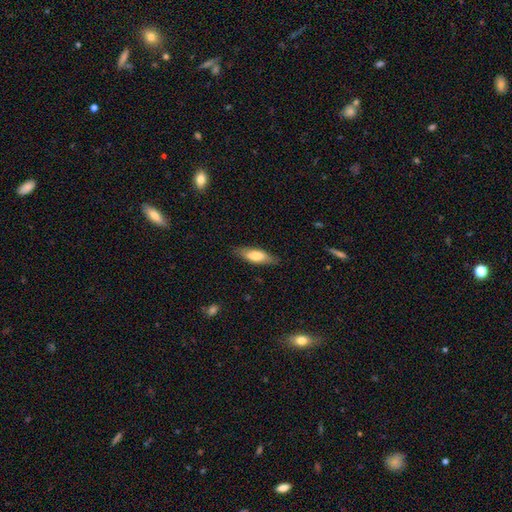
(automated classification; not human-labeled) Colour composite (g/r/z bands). It shows a smooth galaxy with no disk features (69%) that is in between round and cigar-shaped (54%). Merging: none (83%).